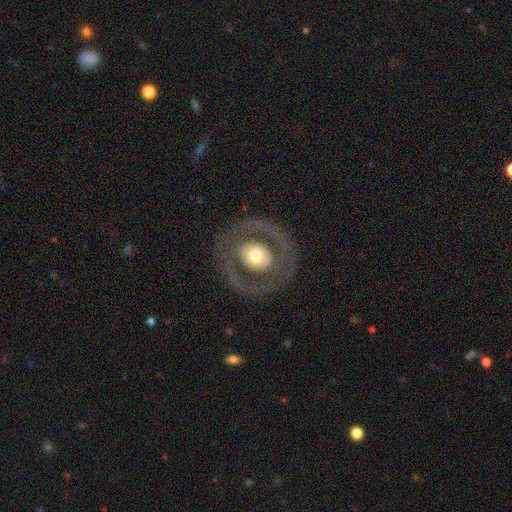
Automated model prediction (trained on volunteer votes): Overall: featured or disk (58%; smooth 36%). Edge-on disk: no (94%). Bar: no (79%). Spiral arms: no (77%). Bulge size: moderate (57%; large 31%). Merging: none (80%).